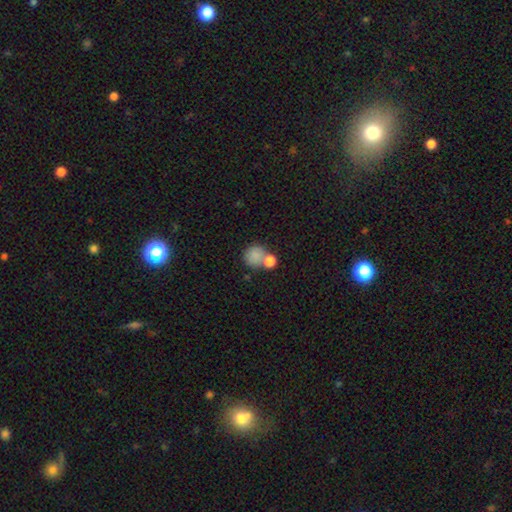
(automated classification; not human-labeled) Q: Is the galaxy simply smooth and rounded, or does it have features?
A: smooth — 82%.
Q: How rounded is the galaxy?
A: round — 84%.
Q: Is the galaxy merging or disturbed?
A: none — 48%.